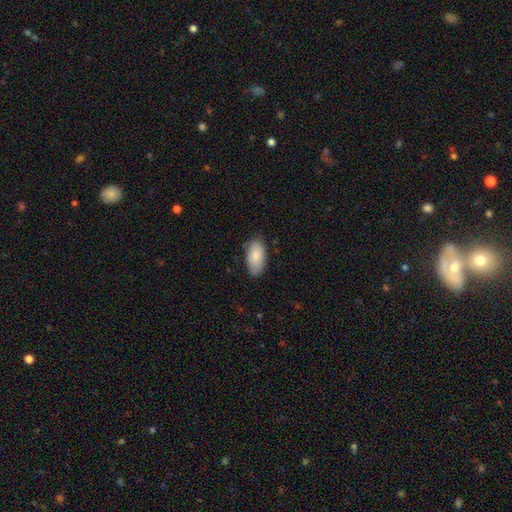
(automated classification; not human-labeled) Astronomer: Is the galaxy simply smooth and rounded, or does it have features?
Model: smooth — 85%.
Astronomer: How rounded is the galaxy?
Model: in between — 94%.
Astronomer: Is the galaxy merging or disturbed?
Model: none — 79%.